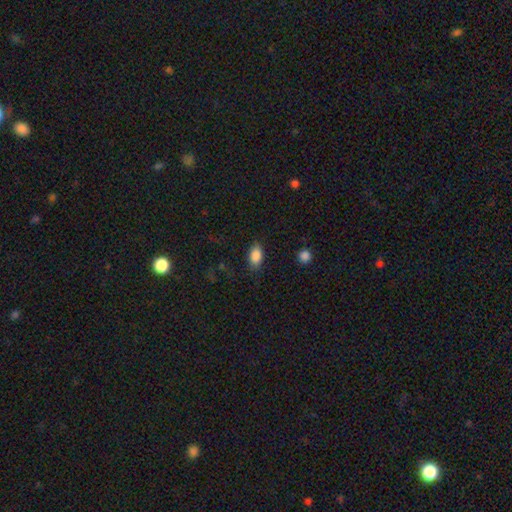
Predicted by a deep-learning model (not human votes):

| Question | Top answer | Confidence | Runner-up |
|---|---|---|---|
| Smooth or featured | smooth | 87% | star or artifact (8%) |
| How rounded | in between | 89% | round (8%) |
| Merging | none | 82% | minor disturbance (13%) |